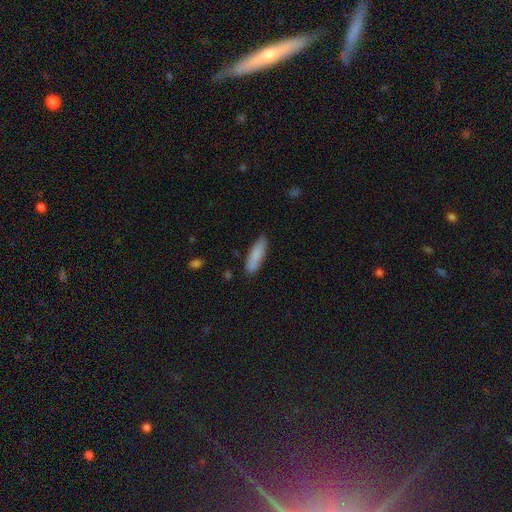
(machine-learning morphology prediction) Smooth or featured?
  - smooth: 85% *
  - featured or disk: 9%
  - star or artifact: 6%
How rounded?
  - cigar-shaped: 61% *
  - in between: 38%
  - round: 1%
Merging?
  - none: 83% *
  - minor disturbance: 13%
  - major disturbance: 2%
  - merger: 2%